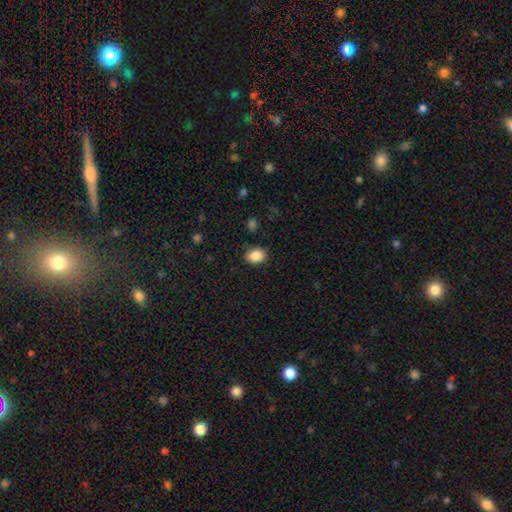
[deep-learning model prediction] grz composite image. It shows a smooth galaxy with no disk features (88%) that is in between round and cigar-shaped (63%). Merging: none (85%).